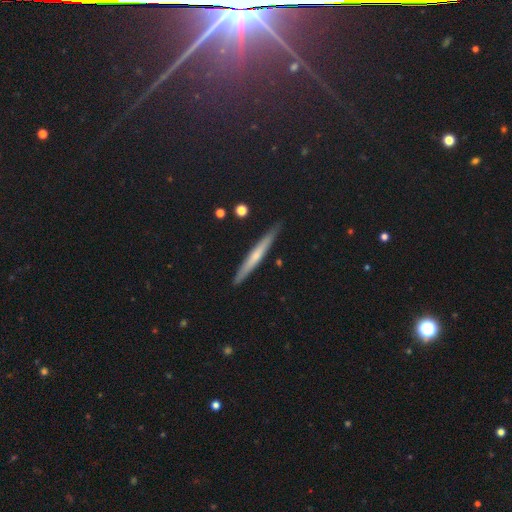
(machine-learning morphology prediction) smooth_or_featured: featured or disk (p=0.50) [alt: smooth p=0.43]
merging: none (p=0.89) [alt: minor disturbance p=0.08]